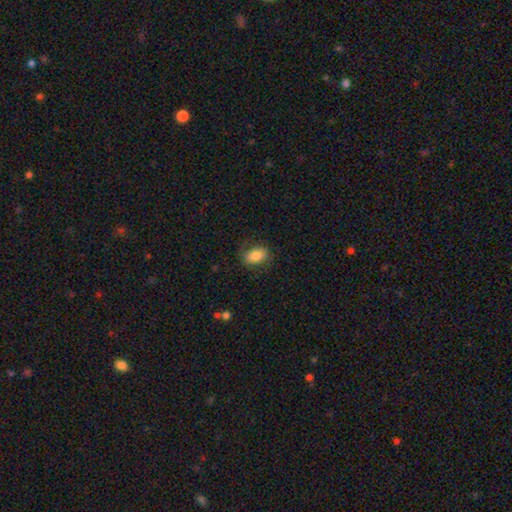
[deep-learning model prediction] This is likely a smooth galaxy (76%). How rounded: clearly in between (84%). Merging: likely none (74%).